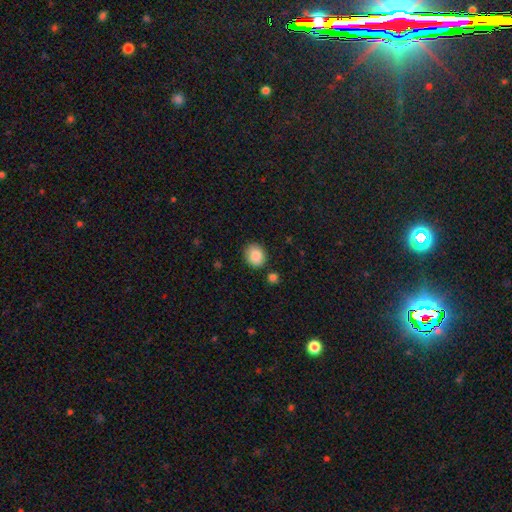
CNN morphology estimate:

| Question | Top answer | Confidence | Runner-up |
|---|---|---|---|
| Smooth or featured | smooth | 88% | star or artifact (8%) |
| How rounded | round | 68% | in between (31%) |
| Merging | none | 83% | minor disturbance (11%) |